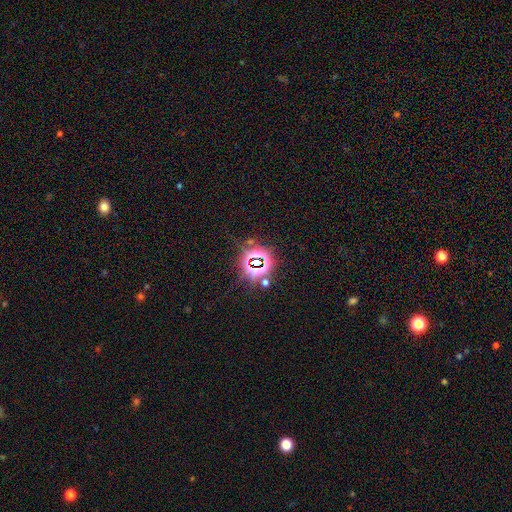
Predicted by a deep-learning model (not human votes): The model was most divided on "smooth or featured": star or artifact: 82%, smooth: 11%, featured or disk: 7%.